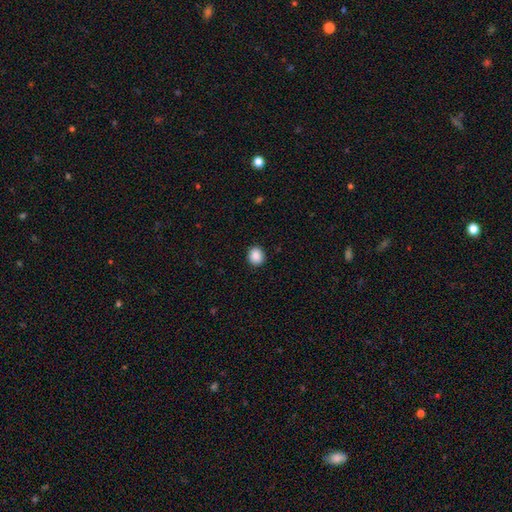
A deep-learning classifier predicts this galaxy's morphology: smooth 89%, star or artifact 8%, featured or disk 2%. Down the decision tree: how rounded — round (75%); merging — none (91%).